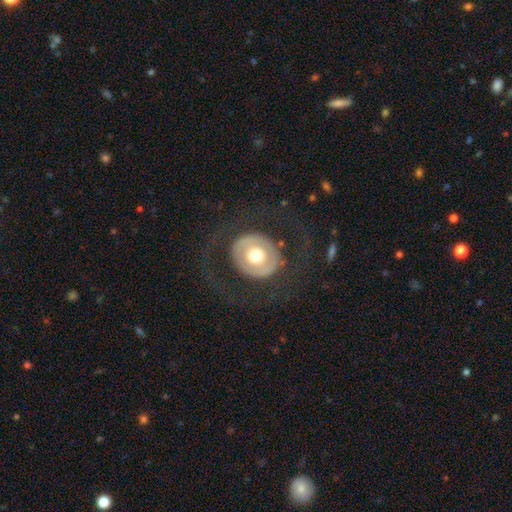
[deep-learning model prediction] Smooth or featured? Predicted: featured or disk (p=0.48). Merging? Predicted: none (p=0.71).